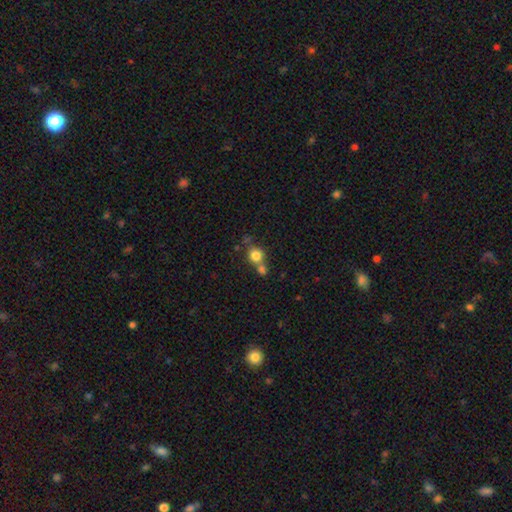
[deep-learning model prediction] Morphology: type=smooth (80%); roundness=round (84%); merging=none (48%).